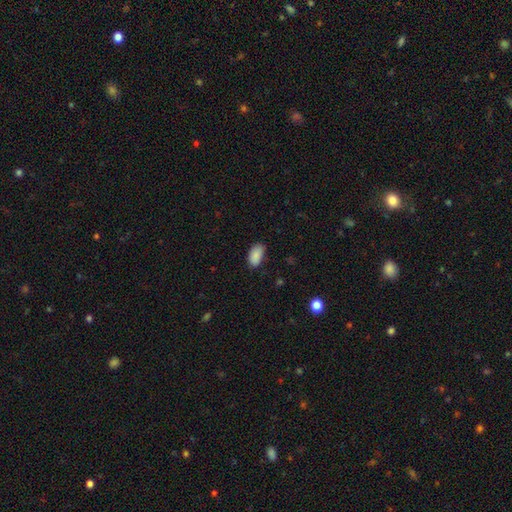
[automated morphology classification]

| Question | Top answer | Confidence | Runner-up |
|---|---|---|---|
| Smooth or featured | smooth | 88% | star or artifact (7%) |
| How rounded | in between | 94% | round (4%) |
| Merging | none | 80% | minor disturbance (17%) |